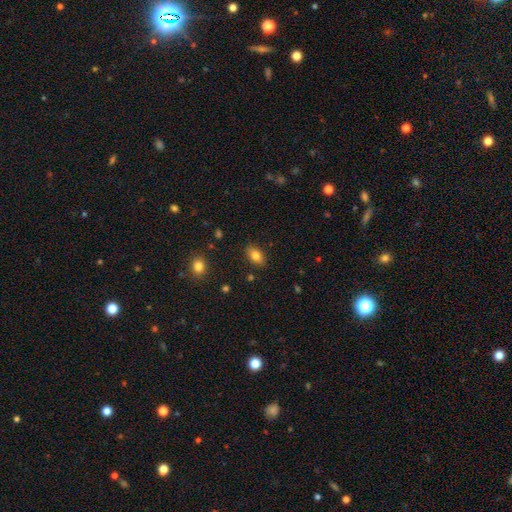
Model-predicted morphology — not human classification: Smooth or featured: smooth — 82% (featured or disk — 10%)
How rounded: in between — 87% (round — 10%)
Merging: none — 85% (minor disturbance — 11%)